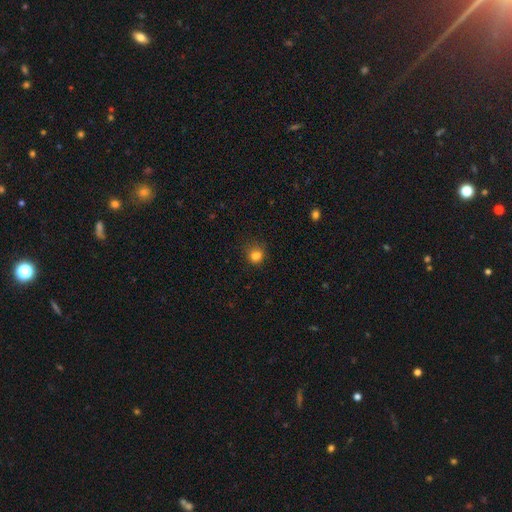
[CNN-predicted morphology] Smooth or featured: smooth — 80% (star or artifact — 14%)
How rounded: round — 70% (in between — 29%)
Merging: none — 65% (minor disturbance — 21%)